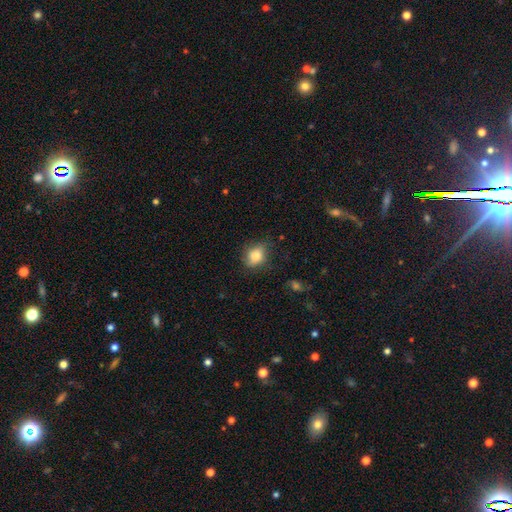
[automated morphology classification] A smooth galaxy with no disk features (80%) that is in between round and cigar-shaped (57%). Merging: none (66%).